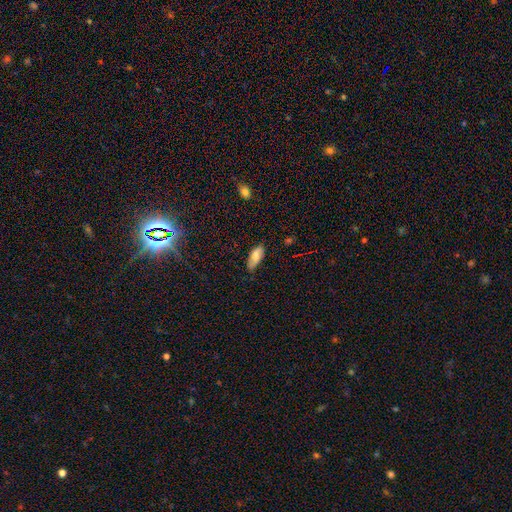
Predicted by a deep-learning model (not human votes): Smooth or featured? Predicted: smooth (p=0.76). How rounded? Predicted: in between (p=0.86). Merging? Predicted: none (p=0.70).